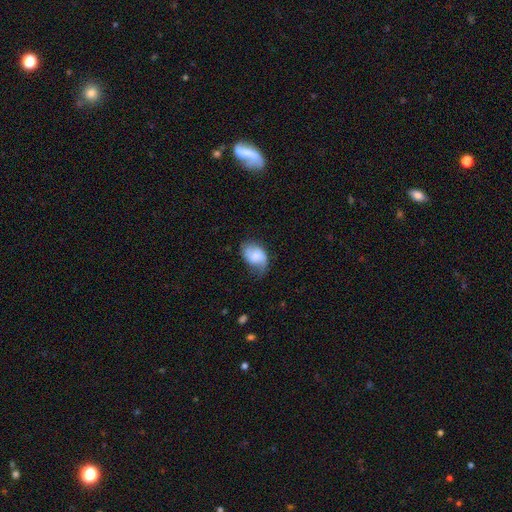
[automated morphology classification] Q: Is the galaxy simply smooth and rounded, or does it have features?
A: smooth — 51%.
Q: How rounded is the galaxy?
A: in between — 82%.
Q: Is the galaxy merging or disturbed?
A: none — 48%.